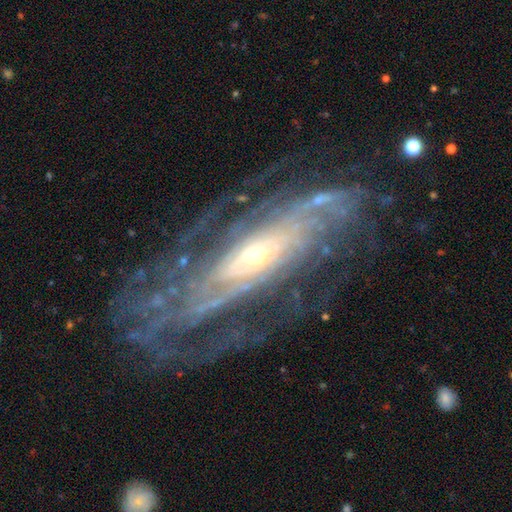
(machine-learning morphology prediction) A featured or disk galaxy (88%) with no bar (60%), tight (60%) spiral arms (94%) and a small central bulge (63%).

Vote fractions:
- Smooth or featured? featured or disk: 88% / smooth: 6% / star or artifact: 6%
- Edge-on disk? no: 86% / yes: 14%
- Bar? no: 60% / weak: 24% / strong: 16%
- Spiral arms? yes: 94% / no: 6%
- Spiral winding? tight: 60% / medium: 28% / loose: 12%
- Spiral arm count? can't tell: 36% / 2: 18% / 4: 13% / 3: 13% / more than 4: 12% / 1: 8%
- Bulge size? small: 63% / moderate: 30% / large: 4% / none: 1% / dominant: 1%
- Merging? none: 67% / minor disturbance: 17% / major disturbance: 14% / merger: 2%